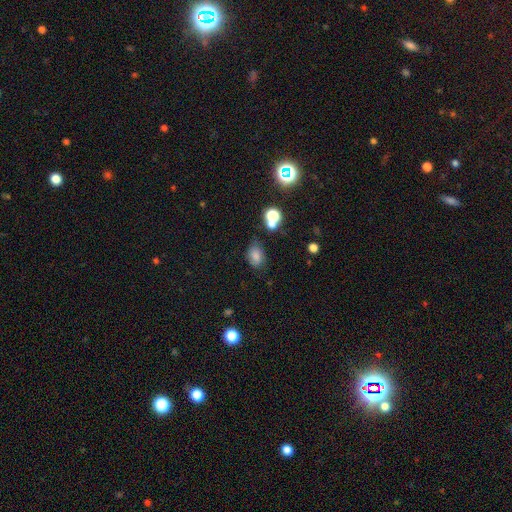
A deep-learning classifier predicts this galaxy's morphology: Overall: smooth (75%). How rounded: in between (79%). Merging: none (65%).